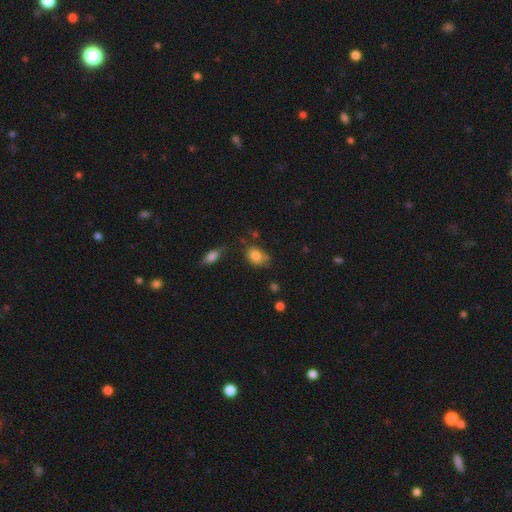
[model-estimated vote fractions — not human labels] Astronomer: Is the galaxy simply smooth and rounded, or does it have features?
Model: smooth — 83%.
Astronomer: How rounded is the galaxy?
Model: in between — 79%.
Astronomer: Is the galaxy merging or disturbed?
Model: none — 53% (runner-up: minor disturbance, 30%).